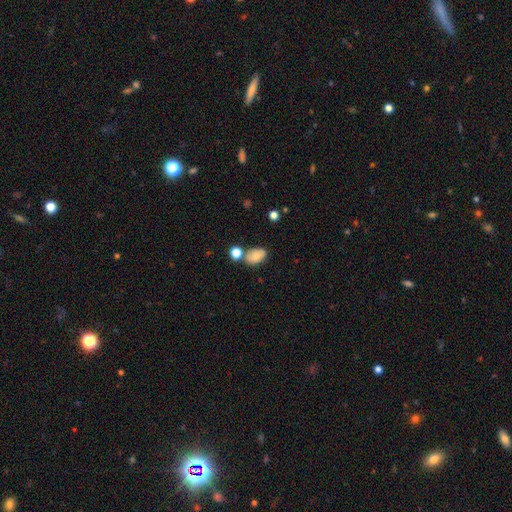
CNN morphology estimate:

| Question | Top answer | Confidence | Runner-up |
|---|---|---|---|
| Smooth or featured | smooth | 77% | featured or disk (14%) |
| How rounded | in between | 87% | round (12%) |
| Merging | none | 60% | minor disturbance (18%) |